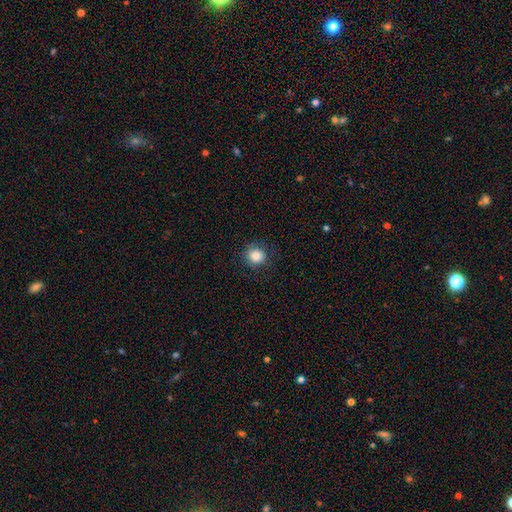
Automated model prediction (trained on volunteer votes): Smooth or featured?
  - smooth: 85% *
  - star or artifact: 10%
  - featured or disk: 5%
How rounded?
  - round: 90% *
  - in between: 9%
  - cigar-shaped: 1%
Merging?
  - none: 86% *
  - minor disturbance: 10%
  - major disturbance: 3%
  - merger: 1%